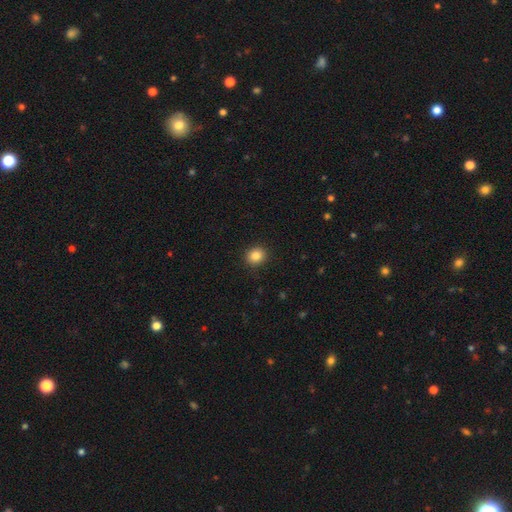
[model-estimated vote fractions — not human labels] A smooth galaxy with no disk features (85%) that is round (81%).

Vote fractions:
- Smooth or featured? smooth: 85% / star or artifact: 10% / featured or disk: 5%
- How rounded? round: 81% / in between: 18% / cigar-shaped: 1%
- Merging? none: 91% / minor disturbance: 6% / major disturbance: 2% / merger: 1%